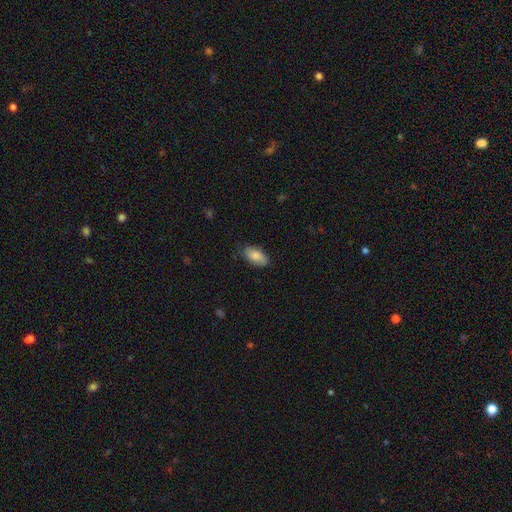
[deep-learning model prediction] Smooth or featured? Predicted: smooth (p=0.86). How rounded? Predicted: in between (p=0.92). Merging? Predicted: none (p=0.82).